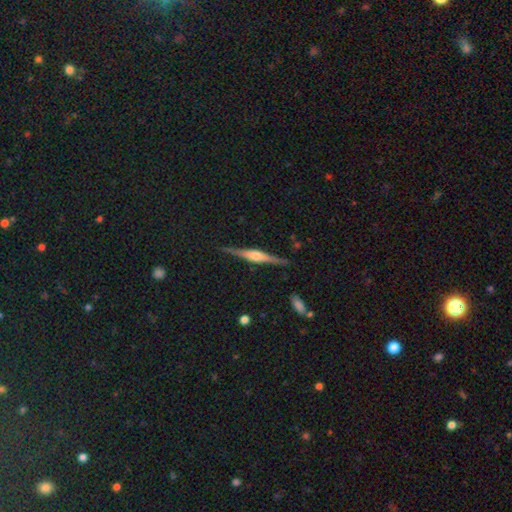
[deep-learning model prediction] A featured or disk galaxy (82%) viewed edge-on (98%) with a rounded central bulge (82%). Merging: none (89%).